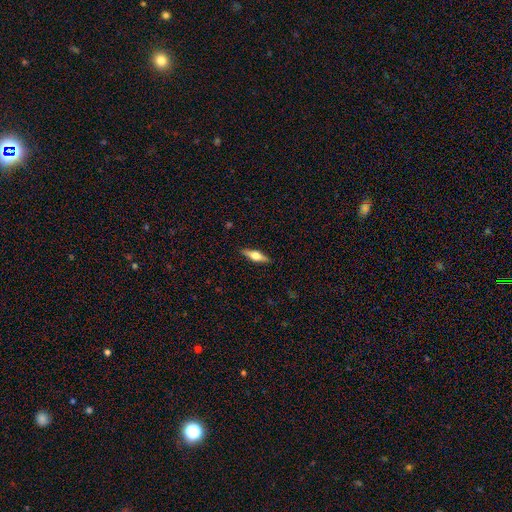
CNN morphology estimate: A featured or disk galaxy (55%) viewed edge-on (94%) with a rounded central bulge (94%). Merging: none (90%).